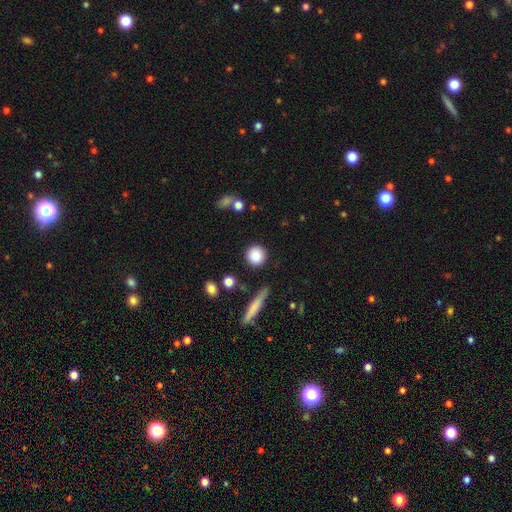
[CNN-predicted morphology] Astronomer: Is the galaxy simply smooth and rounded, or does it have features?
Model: smooth — 84%.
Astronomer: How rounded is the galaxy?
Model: round — 90%.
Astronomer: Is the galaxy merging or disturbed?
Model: none — 87%.